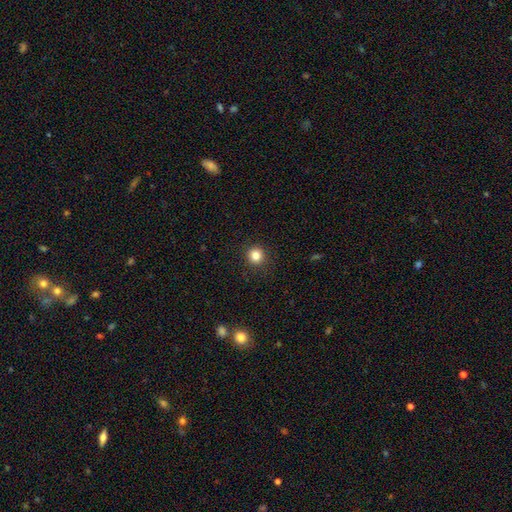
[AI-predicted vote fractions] The model was most divided on "smooth or featured": smooth: 84%, star or artifact: 12%, featured or disk: 5%. More confident: how rounded — round (93%); merging — none (92%).